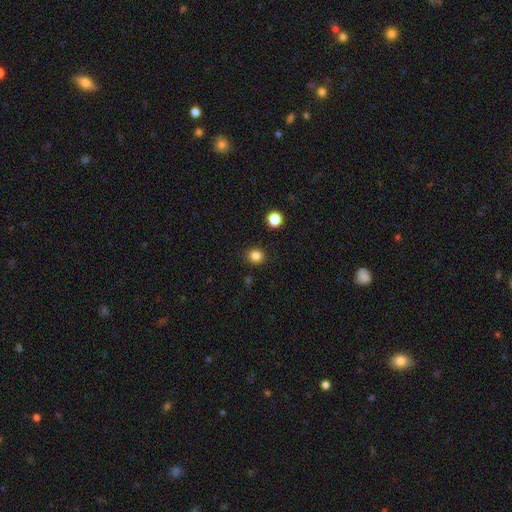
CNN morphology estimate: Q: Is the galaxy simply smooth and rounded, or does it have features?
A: smooth — 84%.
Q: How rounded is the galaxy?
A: round — 84%.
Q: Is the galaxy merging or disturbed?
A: none — 89%.